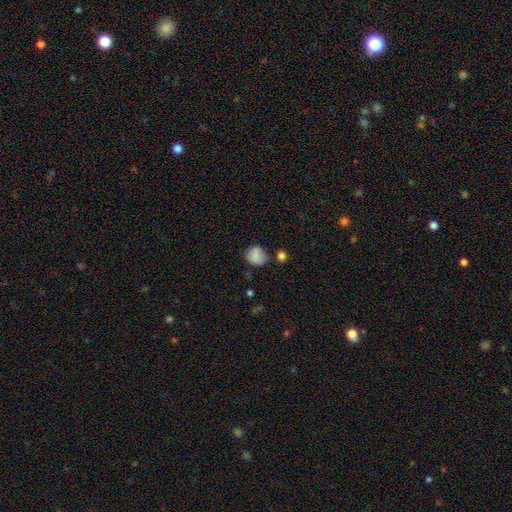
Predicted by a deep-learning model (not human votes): The model was most divided on "merging": none: 57%, minor disturbance: 25%, merger: 10%, major disturbance: 9%. More confident: smooth or featured — smooth (80%); how rounded — round (65%).